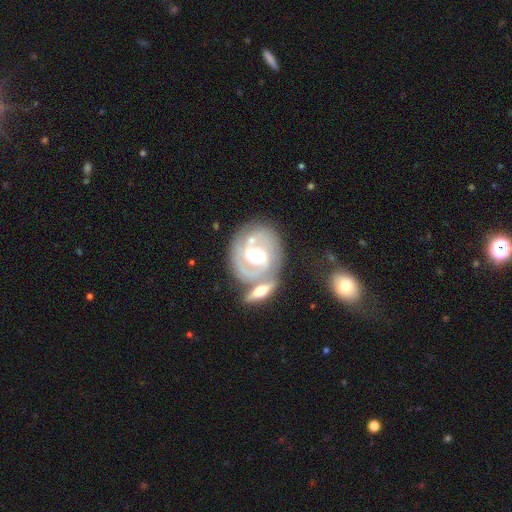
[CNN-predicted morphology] smooth_or_featured: featured or disk (p=0.81) [alt: smooth p=0.14]
disk_edge_on: no (p=0.95) [alt: yes p=0.05]
bar: weak (p=0.45) [alt: strong p=0.28]
has_spiral_arms: yes (p=0.87) [alt: no p=0.13]
spiral_winding: tight (p=0.46) [alt: medium p=0.40]
spiral_arm_count: 2 (p=0.75) [alt: can't tell p=0.11]
bulge_size: moderate (p=0.67) [alt: large p=0.21]
merging: none (p=0.46) [alt: merger p=0.33]